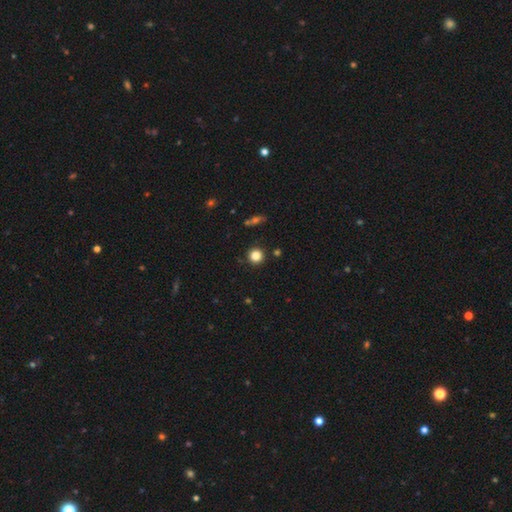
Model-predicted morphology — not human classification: A smooth galaxy with no disk features (83%) that is round (94%). Merging: none (89%).